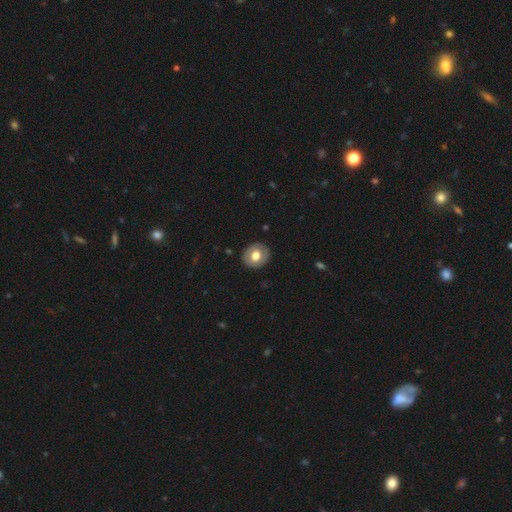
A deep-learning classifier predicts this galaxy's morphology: type=smooth (61%); roundness=round (75%); merging=none (88%).